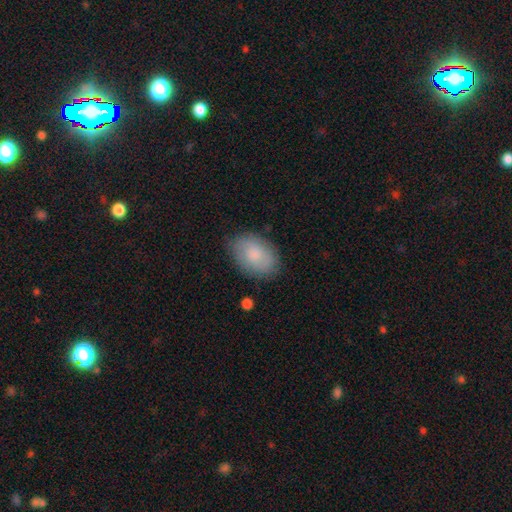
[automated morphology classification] smooth_or_featured: smooth (p=0.72) [alt: featured or disk p=0.21]
how_rounded: in between (p=0.85) [alt: round p=0.14]
merging: none (p=0.80) [alt: minor disturbance p=0.15]